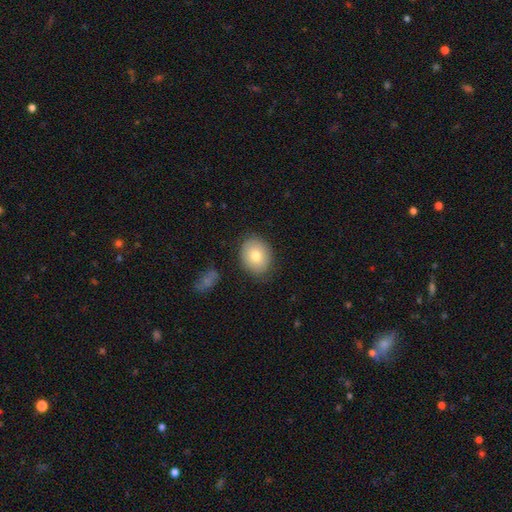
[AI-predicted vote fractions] This is likely a smooth galaxy (76%). How rounded: possibly in between (54%). Merging: clearly none (81%).